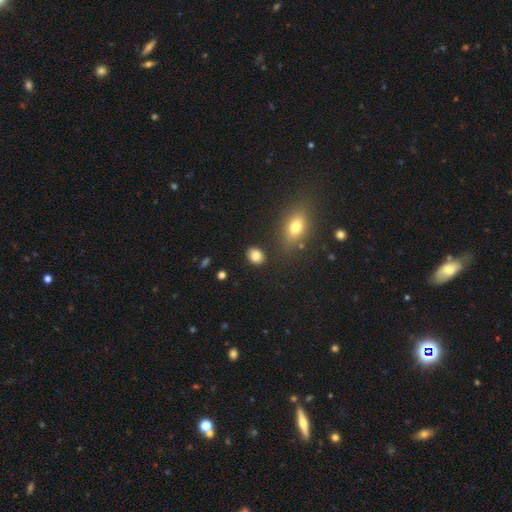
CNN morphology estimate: smooth_or_featured: smooth (p=0.83) [alt: star or artifact p=0.10]
how_rounded: in between (p=0.54) [alt: round p=0.44]
merging: none (p=0.85) [alt: minor disturbance p=0.09]